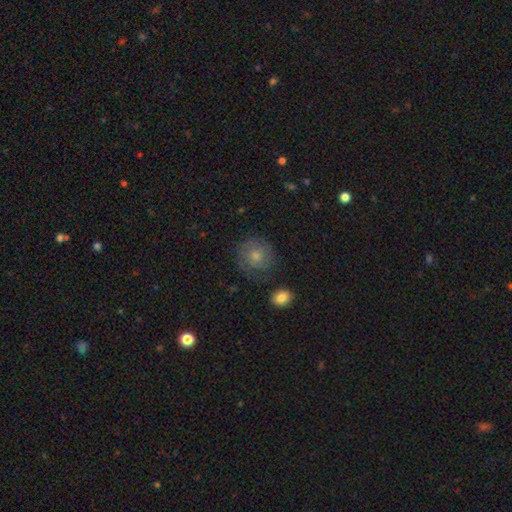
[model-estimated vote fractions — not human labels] The model was most divided on "smooth or featured": smooth: 50%, featured or disk: 33%, star or artifact: 17%. More confident: how rounded — round (90%); merging — none (80%).